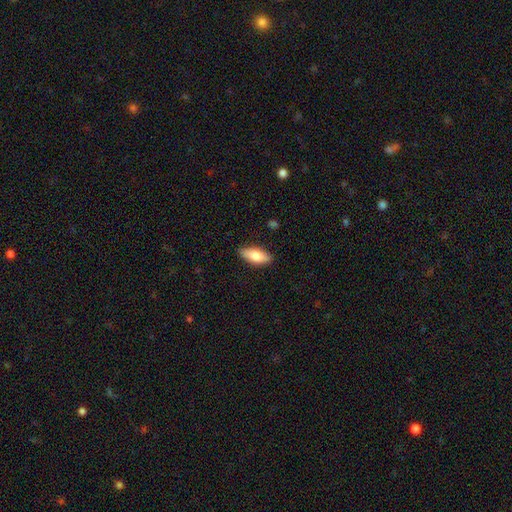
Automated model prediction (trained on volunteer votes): Morphology: type=smooth (77%); roundness=in between (79%); merging=none (87%).